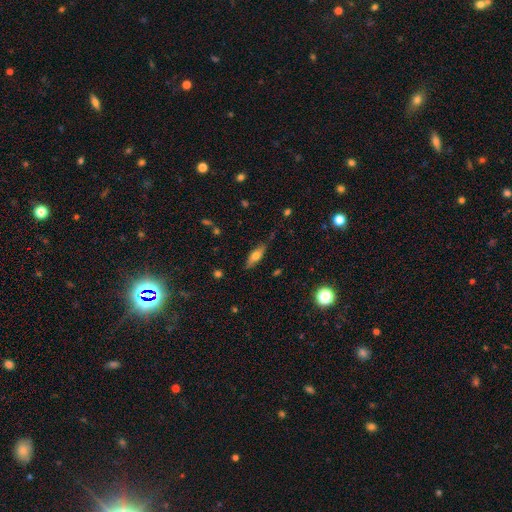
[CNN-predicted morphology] This appears to be a smooth galaxy with no disk features (57%) that is in between round and cigar-shaped (56%). Merging: none (79%).